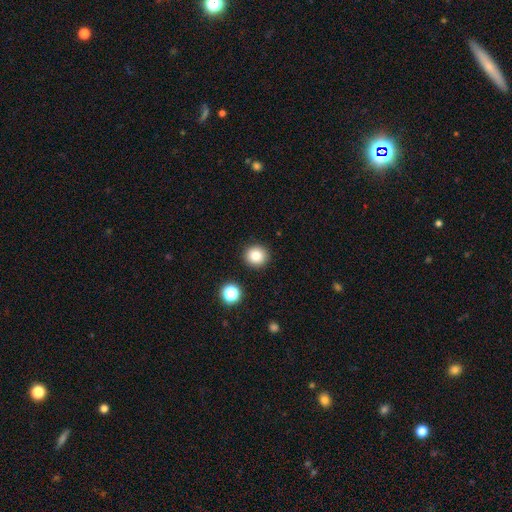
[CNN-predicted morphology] smooth 82%, star or artifact 12%, featured or disk 6%. Down the decision tree: how rounded — round (91%); merging — none (90%).